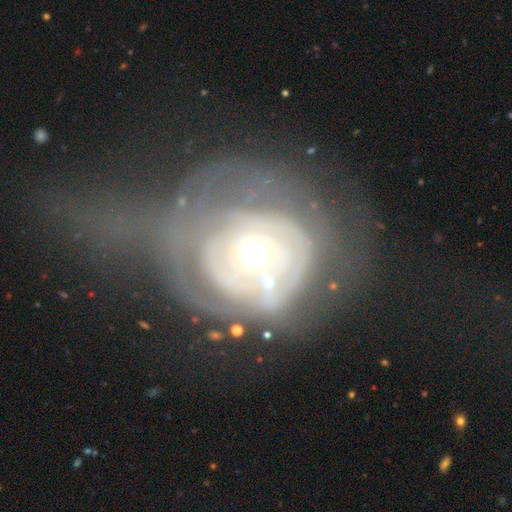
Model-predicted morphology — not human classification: A featured or disk galaxy (73%) with no bar (85%), spiral arms (57%) and a moderate central bulge (66%).

Vote fractions:
- Smooth or featured? featured or disk: 73% / smooth: 19% / star or artifact: 8%
- Edge-on disk? no: 96% / yes: 4%
- Bar? no: 85% / weak: 11% / strong: 4%
- Spiral arms? yes: 57% / no: 43%
- Bulge size? moderate: 66% / large: 15% / small: 15% / dominant: 3% / none: 1%
- Merging? major disturbance: 50% / none: 24% / minor disturbance: 16% / merger: 11%